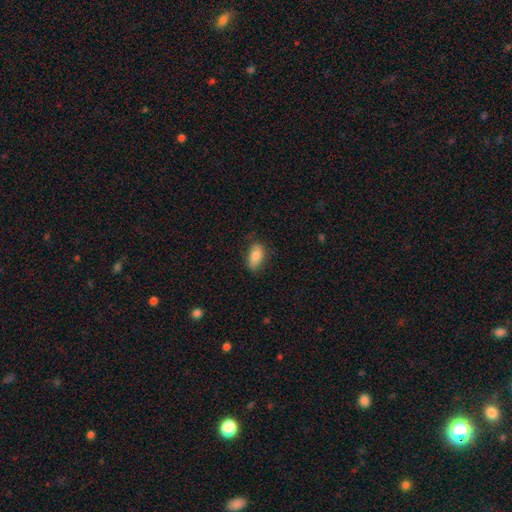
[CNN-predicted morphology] Smooth or featured: smooth — 82% (featured or disk — 10%)
How rounded: in between — 91% (round — 5%)
Merging: none — 74% (minor disturbance — 20%)